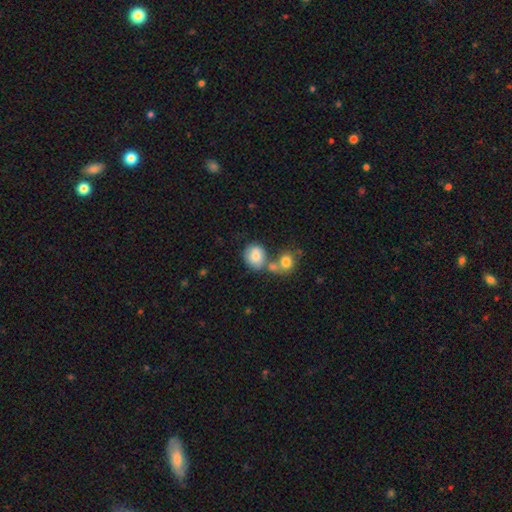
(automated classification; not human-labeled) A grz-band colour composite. It shows a smooth galaxy with no disk features (79%) that is round (67%). Merging: none (41%).